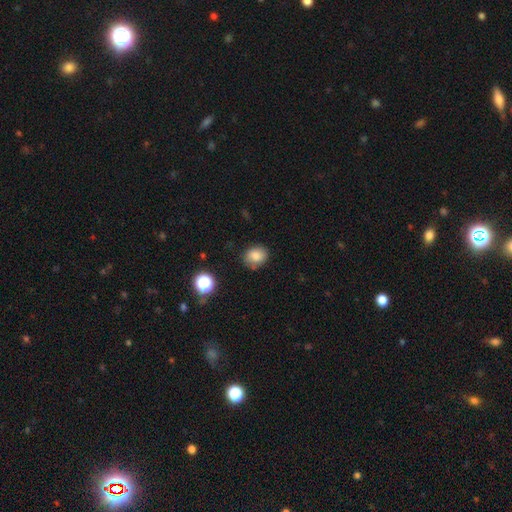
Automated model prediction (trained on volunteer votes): This is clearly a smooth galaxy (82%). How rounded: possibly round (58%). Merging: likely none (78%).